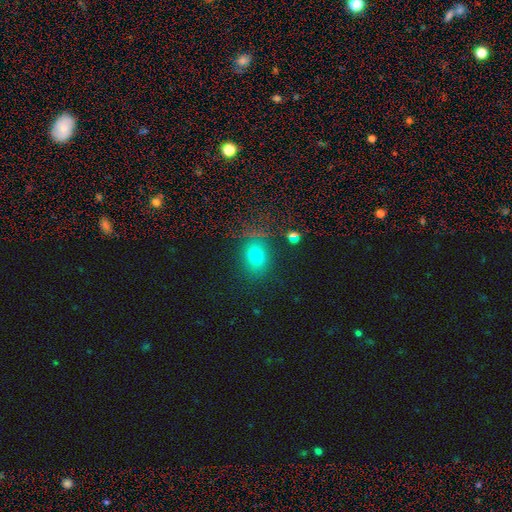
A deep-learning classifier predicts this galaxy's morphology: Smooth or featured: smooth — 71% (star or artifact — 19%)
How rounded: in between — 53% (round — 45%)
Merging: none — 76% (minor disturbance — 14%)